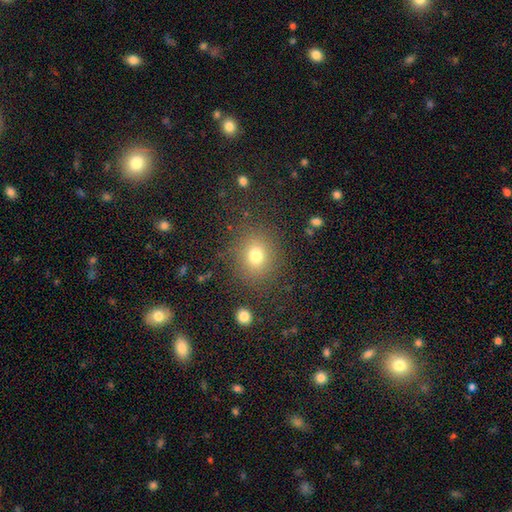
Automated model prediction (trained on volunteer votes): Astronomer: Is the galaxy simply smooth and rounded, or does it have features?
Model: smooth — 75%.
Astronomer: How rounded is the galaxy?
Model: round — 69%.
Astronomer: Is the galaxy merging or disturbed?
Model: none — 84%.